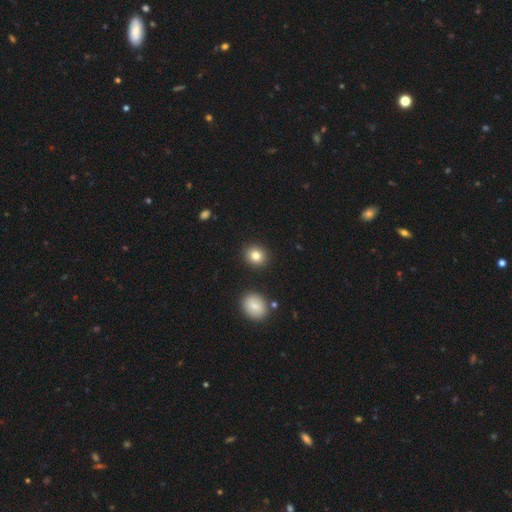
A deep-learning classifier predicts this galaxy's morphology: Overall: smooth (82%). How rounded: round (78%). Merging: none (90%).